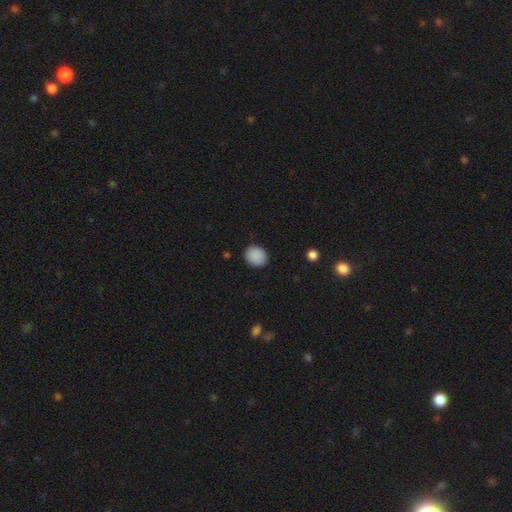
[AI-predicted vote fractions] This is clearly a smooth galaxy (89%). How rounded: likely round (73%). Merging: clearly none (89%).